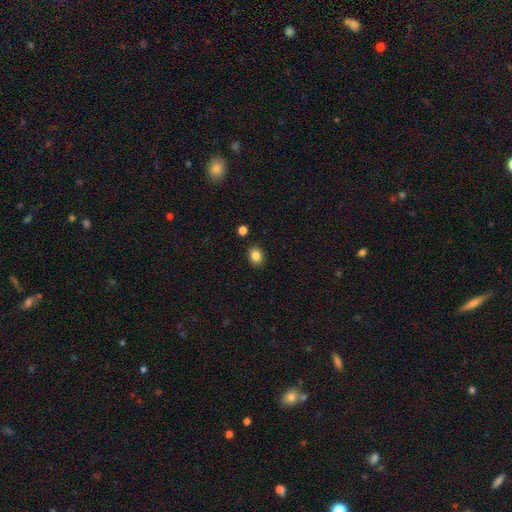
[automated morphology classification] Smooth or featured: smooth — 85% (star or artifact — 10%)
How rounded: in between — 55% (round — 44%)
Merging: none — 87% (minor disturbance — 8%)